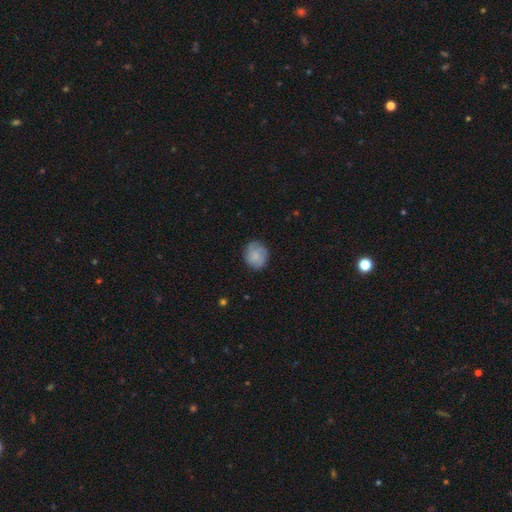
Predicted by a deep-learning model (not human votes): Morphology: type=smooth (64%); roundness=round (74%); merging=none (79%).